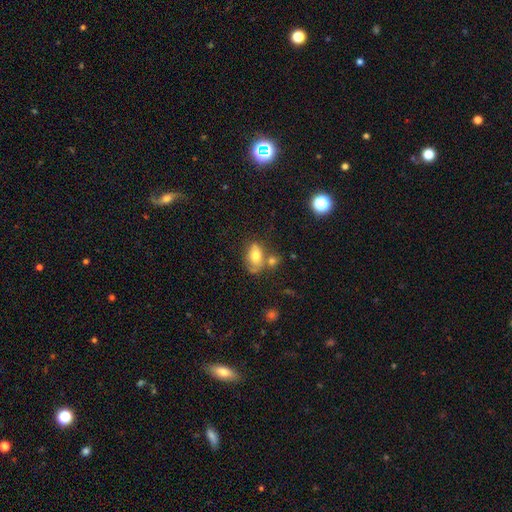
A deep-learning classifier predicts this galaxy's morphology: Smooth or featured? Predicted: smooth (p=0.70). How rounded? Predicted: in between (p=0.84). Merging? Predicted: none (p=0.45).